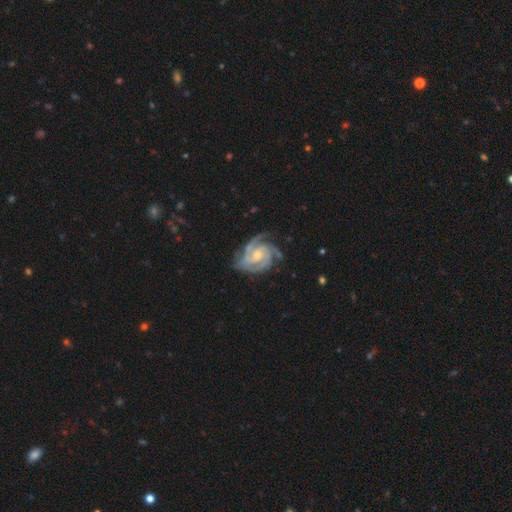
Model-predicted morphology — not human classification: Q: Smooth or featured?
A: featured or disk (92%); runner-up: smooth (4%)
Q: Edge-on disk?
A: no (98%); runner-up: yes (2%)
Q: Bar?
A: no (61%); runner-up: weak (32%)
Q: Spiral arms?
A: yes (98%); runner-up: no (2%)
Q: Spiral winding?
A: tight (62%); runner-up: medium (33%)
Q: Spiral arm count?
A: 3 (49%); runner-up: 4 (21%)
Q: Bulge size?
A: small (52%); runner-up: moderate (42%)
Q: Merging?
A: none (70%); runner-up: minor disturbance (20%)